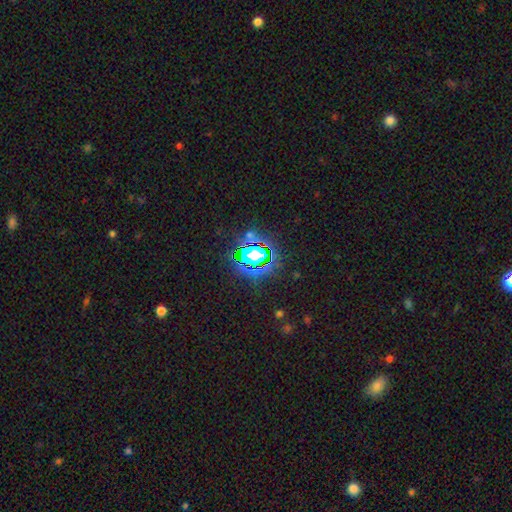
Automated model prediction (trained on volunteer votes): Smooth or featured?
  - star or artifact: 68% *
  - smooth: 21%
  - featured or disk: 11%